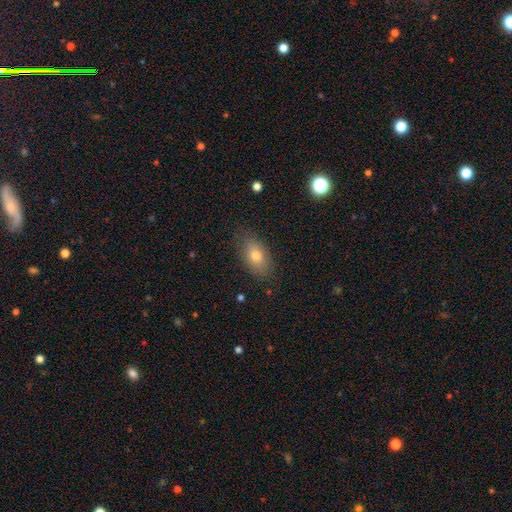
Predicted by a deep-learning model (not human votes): This appears to be a smooth galaxy with no disk features (75%) that is in between round and cigar-shaped (87%). Merging: none (82%).